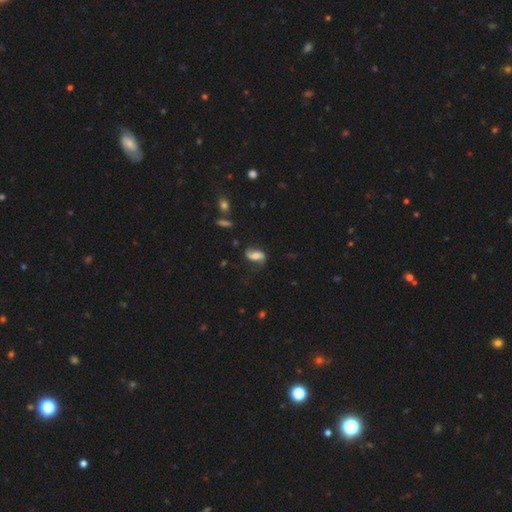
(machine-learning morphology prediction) smooth-or-featured: featured or disk: 60% | smooth: 32% | star or artifact: 9%
  disk-edge-on: no: 94% | yes: 6%
    bar: no: 38% | weak: 35% | strong: 27%
    has-spiral-arms: yes: 89% | no: 11%
      spiral-winding: loose: 70% | medium: 22% | tight: 8%
      spiral-arm-count: 2: 89% | can't tell: 4% | 1: 4% | 3: 1% | 4: 1% | more than 4: 1%
    bulge-size: moderate: 42% | small: 27% | large: 16% | none: 12% | dominant: 3%
  merging: none: 67% | minor disturbance: 21% | major disturbance: 10% | merger: 3%